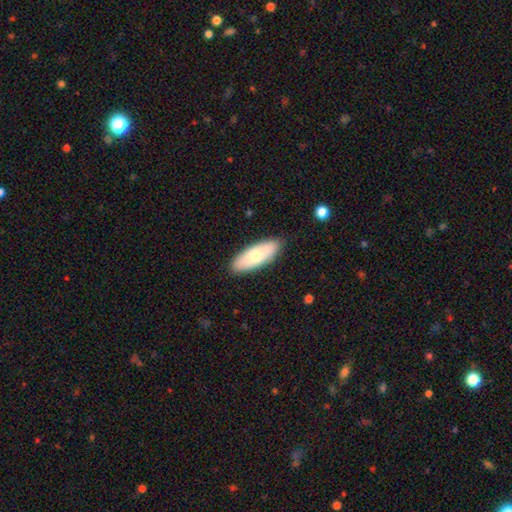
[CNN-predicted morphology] smooth_or_featured: smooth (p=0.66) [alt: featured or disk p=0.28]
how_rounded: in between (p=0.72) [alt: cigar-shaped p=0.26]
merging: none (p=0.87) [alt: minor disturbance p=0.09]